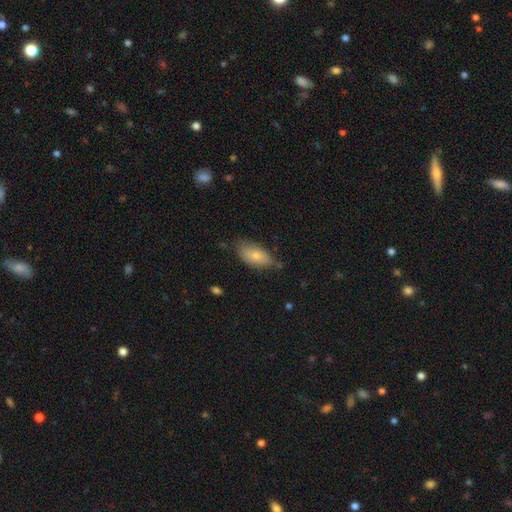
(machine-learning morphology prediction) Smooth or featured?
  - smooth: 75% *
  - featured or disk: 18%
  - star or artifact: 7%
How rounded?
  - in between: 92% *
  - cigar-shaped: 4%
  - round: 4%
Merging?
  - none: 57% *
  - minor disturbance: 33%
  - major disturbance: 7%
  - merger: 3%